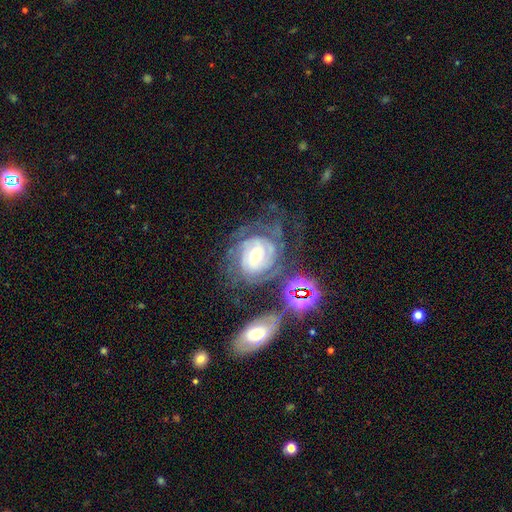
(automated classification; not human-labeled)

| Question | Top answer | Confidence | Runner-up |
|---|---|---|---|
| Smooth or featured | featured or disk | 82% | smooth (9%) |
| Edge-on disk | no | 97% | yes (3%) |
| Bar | weak | 42% | no (39%) |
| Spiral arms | yes | 93% | no (7%) |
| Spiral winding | tight | 67% | medium (26%) |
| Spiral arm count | can't tell | 39% | 2 (24%) |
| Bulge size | moderate | 51% | small (43%) |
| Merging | none | 52% | major disturbance (20%) |